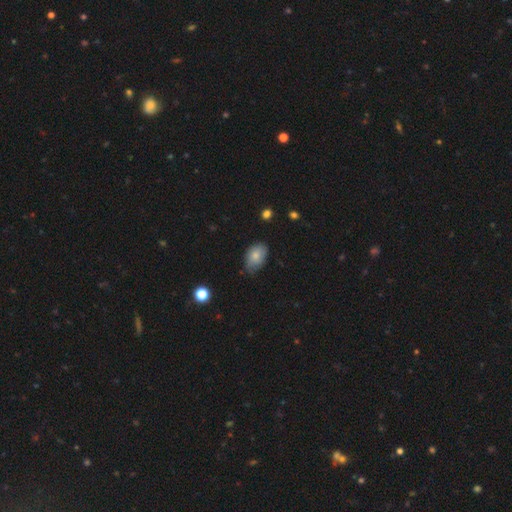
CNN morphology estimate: Overall: smooth (77%). How rounded: in between (87%). Merging: none (62%; minor disturbance 31%).